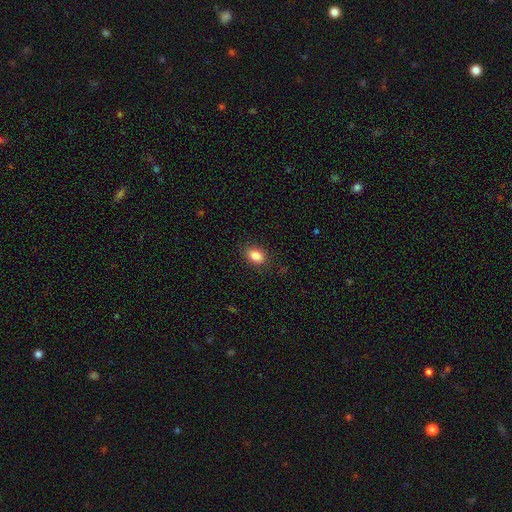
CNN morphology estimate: A smooth galaxy with no disk features (86%) that is in between round and cigar-shaped (80%). Merging: none (86%).